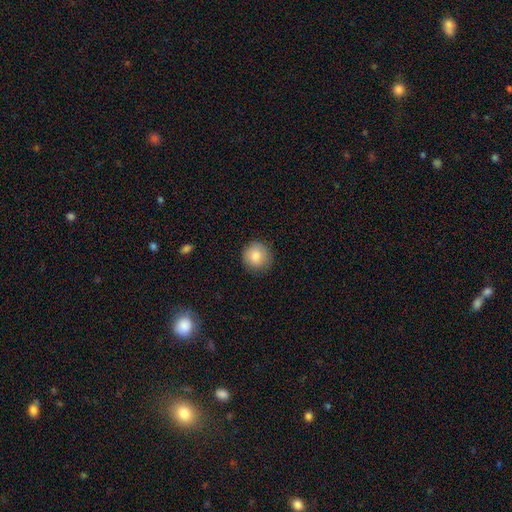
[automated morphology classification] The model was most divided on "merging": none: 86%, minor disturbance: 10%, major disturbance: 2%, merger: 1%. More confident: how rounded — round (92%); smooth or featured — smooth (85%).